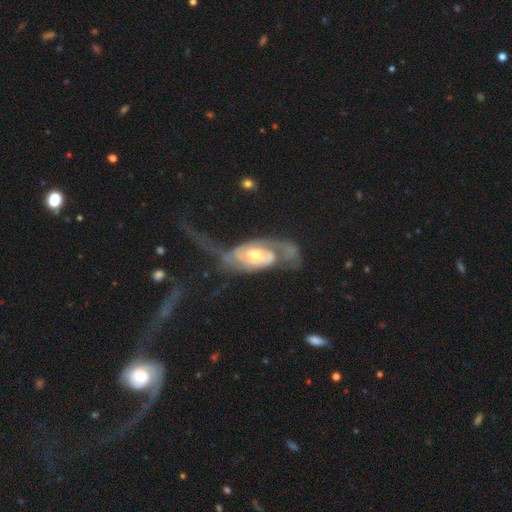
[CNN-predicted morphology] A featured or disk galaxy (84%) with no bar (57%), 2 (63%) tight (40%) spiral arms (89%) and a moderate central bulge (64%). Merging: major disturbance (48%).